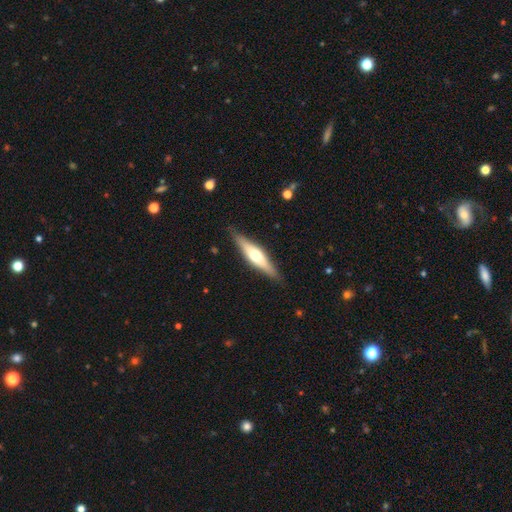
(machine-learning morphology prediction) smooth-or-featured: featured or disk: 58% | smooth: 37% | star or artifact: 5%
  disk-edge-on: yes: 94% | no: 6%
    edge-on-bulge: rounded: 91% | boxy: 5% | none: 3%
  merging: none: 87% | minor disturbance: 10% | major disturbance: 2% | merger: 1%